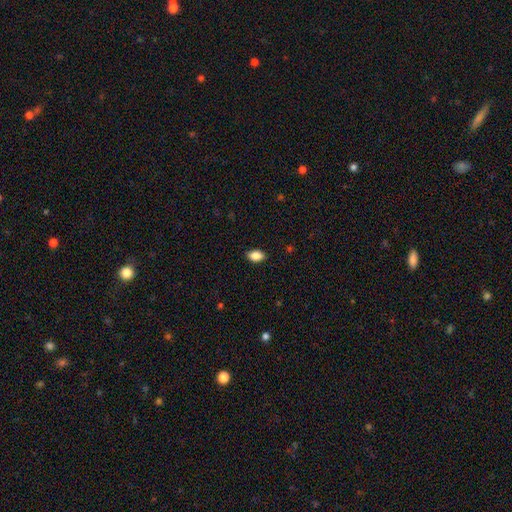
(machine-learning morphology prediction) The model was most divided on "merging": none: 87%, minor disturbance: 10%, major disturbance: 2%, merger: 1%. More confident: how rounded — in between (89%); smooth or featured — smooth (86%).